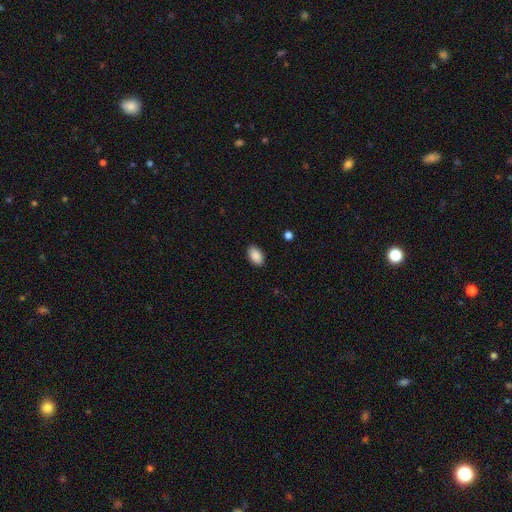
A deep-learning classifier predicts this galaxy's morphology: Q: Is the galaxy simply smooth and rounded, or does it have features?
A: smooth — 89%.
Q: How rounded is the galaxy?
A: in between — 93%.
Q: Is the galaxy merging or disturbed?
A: none — 88%.